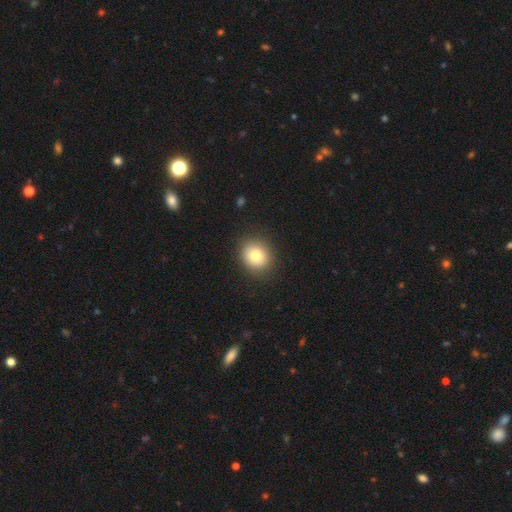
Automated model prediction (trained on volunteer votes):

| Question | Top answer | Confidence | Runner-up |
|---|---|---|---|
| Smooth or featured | smooth | 80% | featured or disk (10%) |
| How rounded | round | 75% | in between (24%) |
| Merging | none | 87% | minor disturbance (9%) |